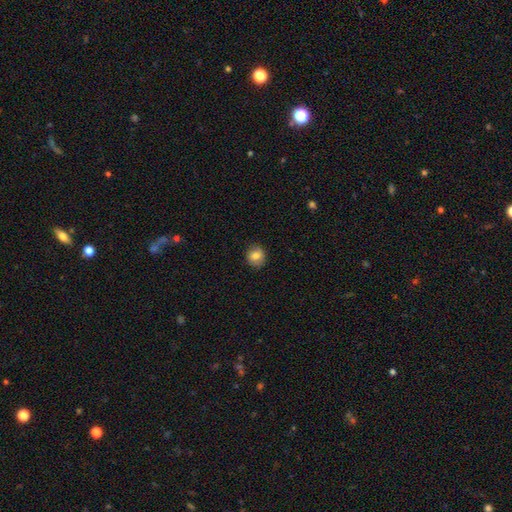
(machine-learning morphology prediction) smooth 80%, featured or disk 10%, star or artifact 9%. Down the decision tree: how rounded — round (85%); merging — none (87%).